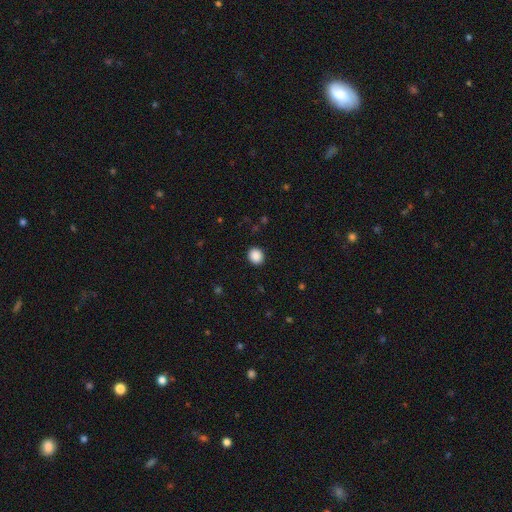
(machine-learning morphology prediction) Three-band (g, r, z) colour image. It shows a smooth galaxy with no disk features (88%) that is round (79%). Merging: none (91%).